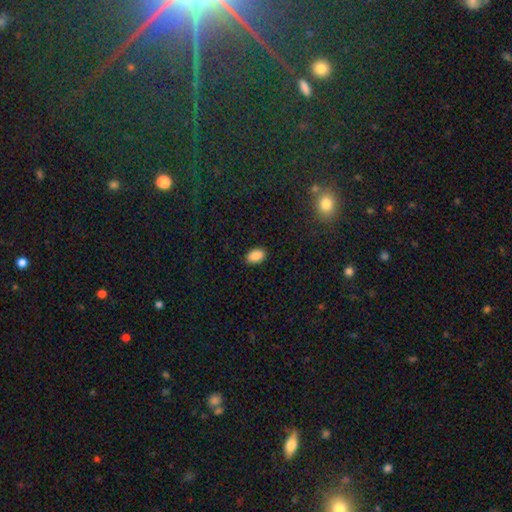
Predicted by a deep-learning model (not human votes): smooth 88%, star or artifact 8%, featured or disk 4%. Down the decision tree: how rounded — in between (90%); merging — none (89%).